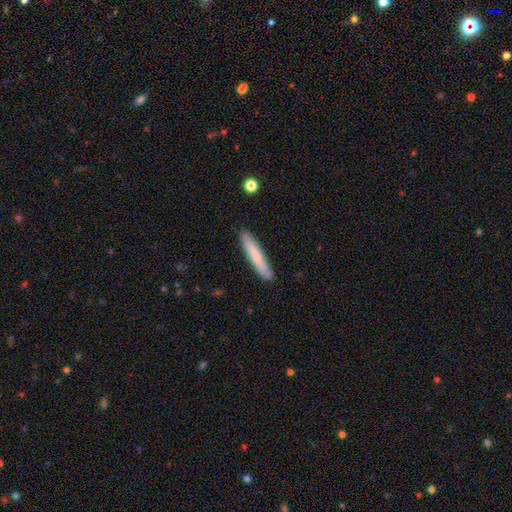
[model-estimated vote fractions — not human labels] This is likely a smooth galaxy (75%). How rounded: clearly cigar-shaped (93%). Merging: clearly none (88%).